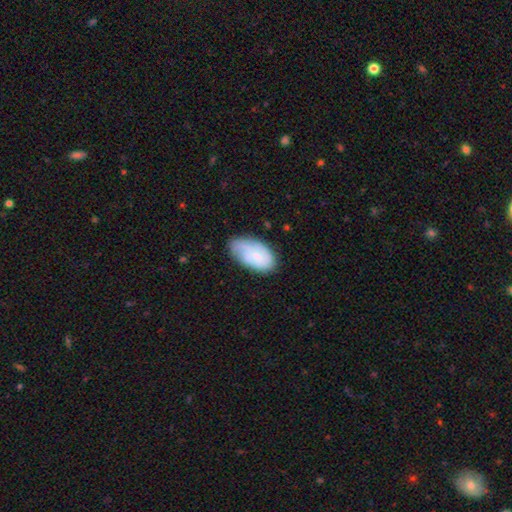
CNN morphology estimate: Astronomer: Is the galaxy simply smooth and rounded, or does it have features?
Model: smooth — 57% (runner-up: featured or disk, 36%).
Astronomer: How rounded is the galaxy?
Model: in between — 93%.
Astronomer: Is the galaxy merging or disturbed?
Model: none — 54% (runner-up: minor disturbance, 34%).